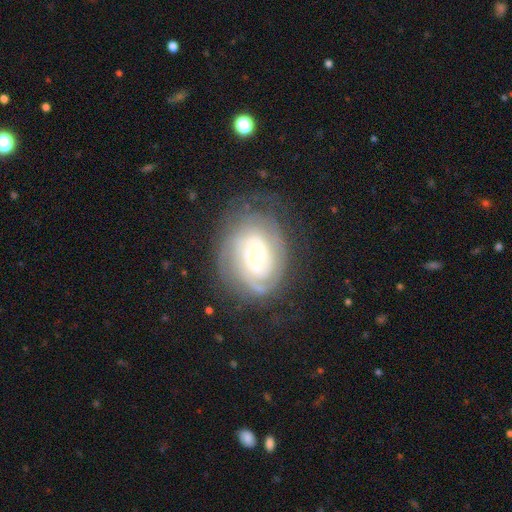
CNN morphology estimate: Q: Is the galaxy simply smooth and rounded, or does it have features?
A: featured or disk — 81%.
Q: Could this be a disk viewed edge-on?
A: no — 97%.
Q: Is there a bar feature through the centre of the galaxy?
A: no — 54%.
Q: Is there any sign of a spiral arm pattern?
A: yes — 93%.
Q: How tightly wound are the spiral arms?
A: tight — 72%.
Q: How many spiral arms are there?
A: can't tell — 41%.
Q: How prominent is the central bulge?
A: small — 53%.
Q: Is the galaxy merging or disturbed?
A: none — 68%.